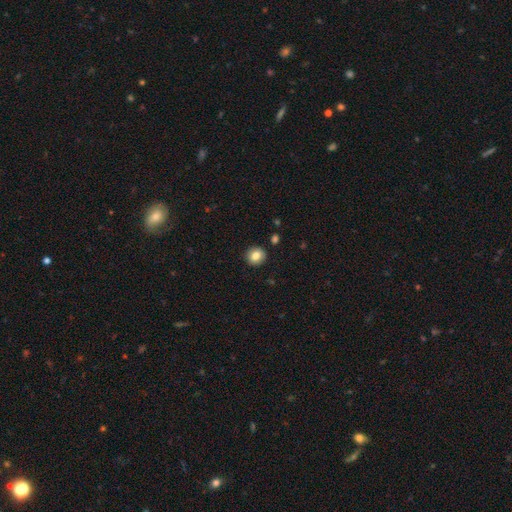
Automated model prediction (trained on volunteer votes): Smooth or featured?
  - smooth: 83% *
  - star or artifact: 9%
  - featured or disk: 8%
How rounded?
  - round: 84% *
  - in between: 16%
  - cigar-shaped: 1%
Merging?
  - none: 90% *
  - minor disturbance: 7%
  - major disturbance: 2%
  - merger: 1%